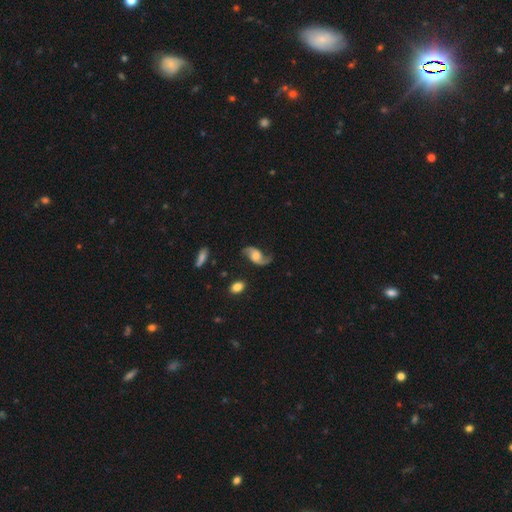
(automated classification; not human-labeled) featured or disk 84%, smooth 10%, star or artifact 6%. Down the decision tree: edge-on disk — no (96%); bar — no (61%); spiral arms — yes (96%); spiral arm count — 2 (92%); spiral winding — loose (69%); bulge size — moderate (43%); merging — none (73%).